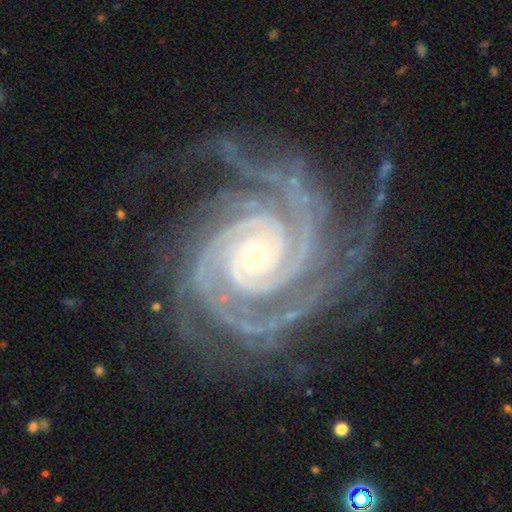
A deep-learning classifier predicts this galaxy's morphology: Smooth or featured: featured or disk — 93% (star or artifact — 5%)
Edge-on disk: no — 98% (yes — 2%)
Bar: no — 71% (weak — 16%)
Spiral arms: yes — 99% (no — 1%)
Spiral winding: tight — 80% (medium — 18%)
Spiral arm count: 3 — 25% (4 — 23%)
Bulge size: small — 74% (moderate — 22%)
Merging: none — 69% (minor disturbance — 18%)